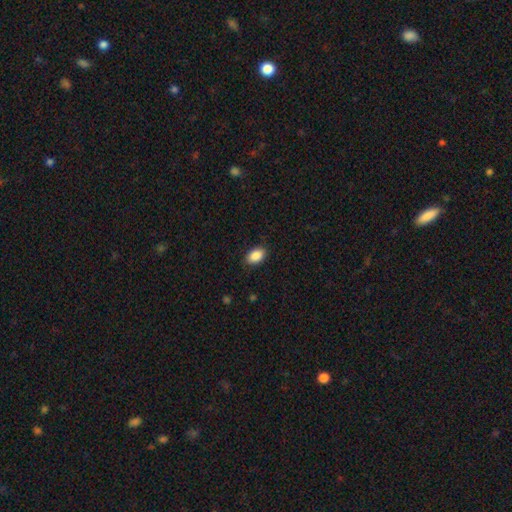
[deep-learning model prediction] Smooth or featured? Predicted: smooth (p=0.89). How rounded? Predicted: in between (p=0.88). Merging? Predicted: none (p=0.87).